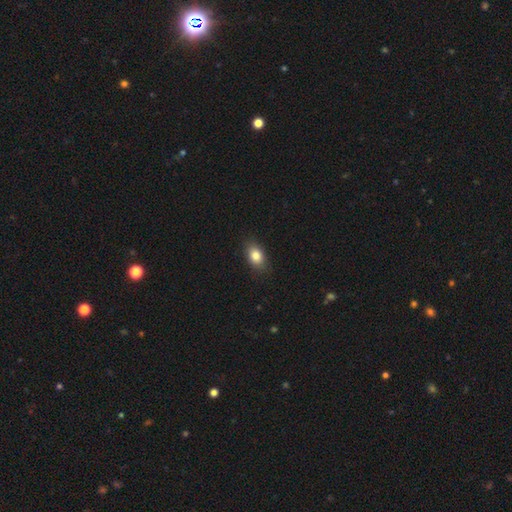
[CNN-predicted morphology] Smooth or featured?
  - smooth: 83% *
  - star or artifact: 9%
  - featured or disk: 8%
How rounded?
  - in between: 80% *
  - round: 17%
  - cigar-shaped: 2%
Merging?
  - none: 85% *
  - minor disturbance: 12%
  - major disturbance: 3%
  - merger: 1%